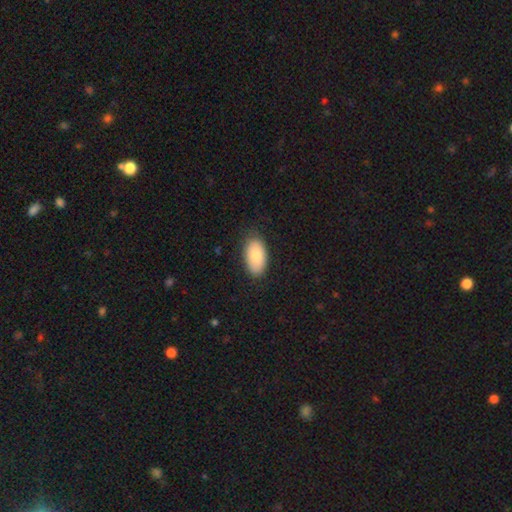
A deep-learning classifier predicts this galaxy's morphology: This appears to be a smooth galaxy with no disk features (84%) that is in between round and cigar-shaped (95%). Merging: none (83%).